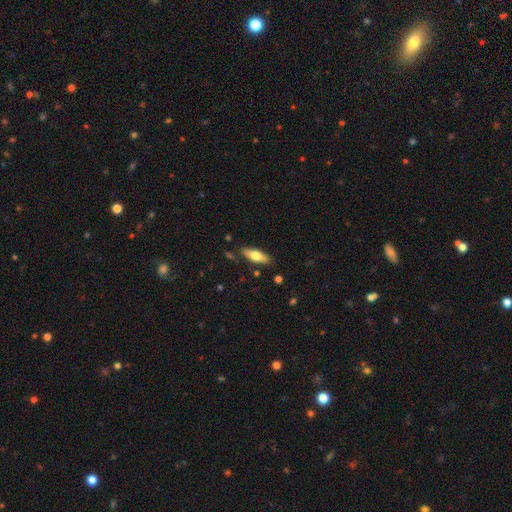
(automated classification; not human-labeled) A smooth galaxy with no disk features (63%) that is in between round and cigar-shaped (65%).

Vote fractions:
- Smooth or featured? smooth: 63% / featured or disk: 31% / star or artifact: 6%
- How rounded? in between: 65% / cigar-shaped: 33% / round: 2%
- Merging? none: 83% / minor disturbance: 12% / merger: 3% / major disturbance: 2%